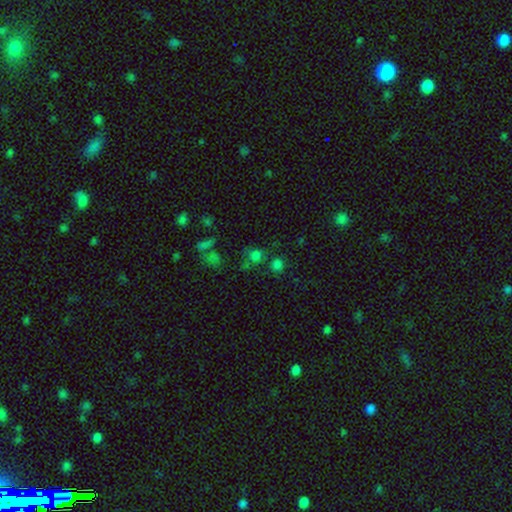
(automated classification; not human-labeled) Q: Smooth or featured?
A: smooth (64%); runner-up: star or artifact (26%)
Q: How rounded?
A: round (80%); runner-up: in between (18%)
Q: Merging?
A: none (59%); runner-up: merger (20%)